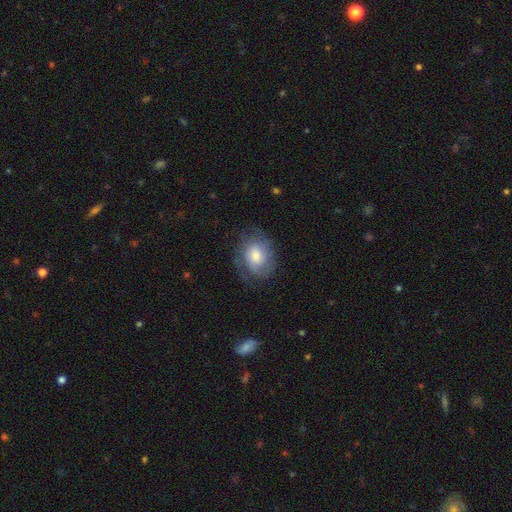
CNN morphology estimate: Overall: featured or disk (48%; smooth 44%). Merging: none (65%).